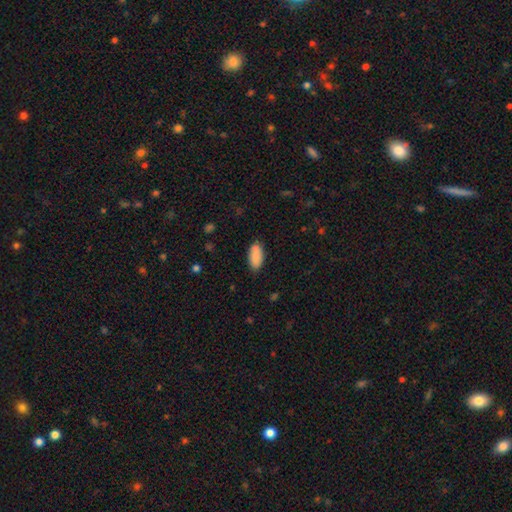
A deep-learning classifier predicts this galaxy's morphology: Smooth or featured?
  - smooth: 87% *
  - star or artifact: 6%
  - featured or disk: 6%
How rounded?
  - in between: 91% *
  - cigar-shaped: 7%
  - round: 2%
Merging?
  - none: 82% *
  - minor disturbance: 14%
  - major disturbance: 3%
  - merger: 2%